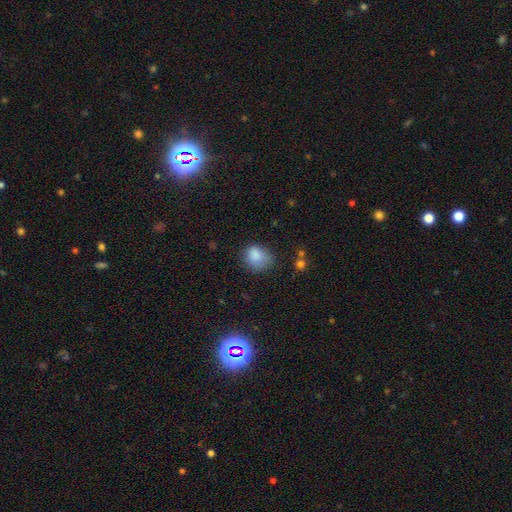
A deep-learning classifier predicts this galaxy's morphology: smooth 84%, star or artifact 10%, featured or disk 7%. Down the decision tree: how rounded — round (64%); merging — none (56%).